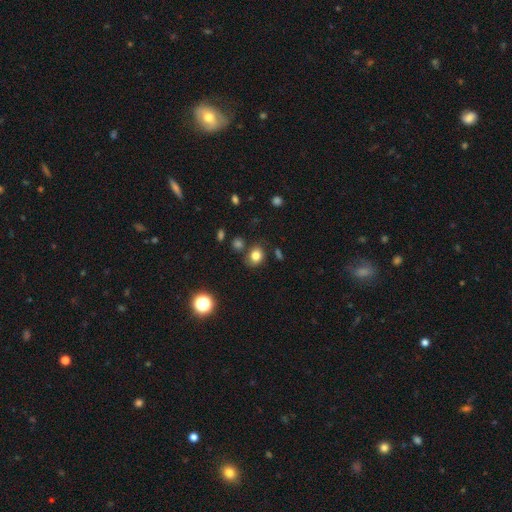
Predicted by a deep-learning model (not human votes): This is clearly a smooth galaxy (80%). How rounded: possibly round (59%). Merging: likely none (78%).